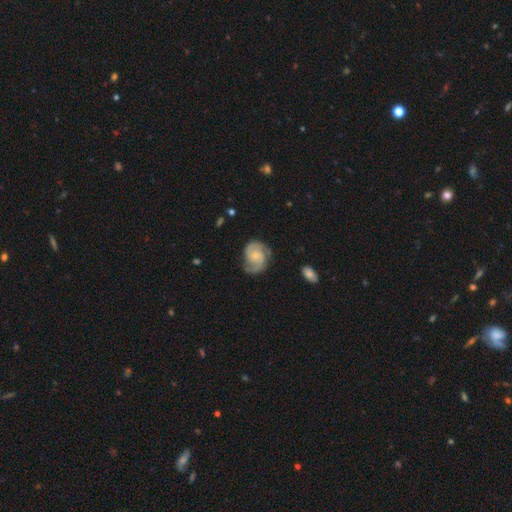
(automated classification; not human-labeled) Overall: featured or disk (83%). Edge-on disk: no (98%). Bar: no (62%; weak 33%). Spiral arms: yes (97%). Spiral arm count: 2 (87%). Spiral winding: medium (51%; tight 32%). Bulge size: small (64%; moderate 28%). Merging: none (73%).